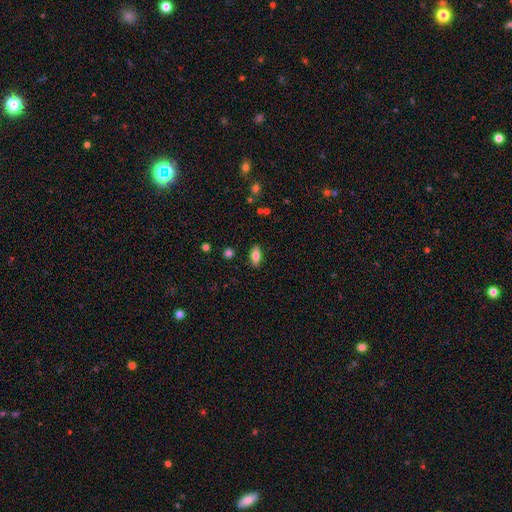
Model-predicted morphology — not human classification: type=smooth (77%); roundness=in between (86%); merging=none (87%).